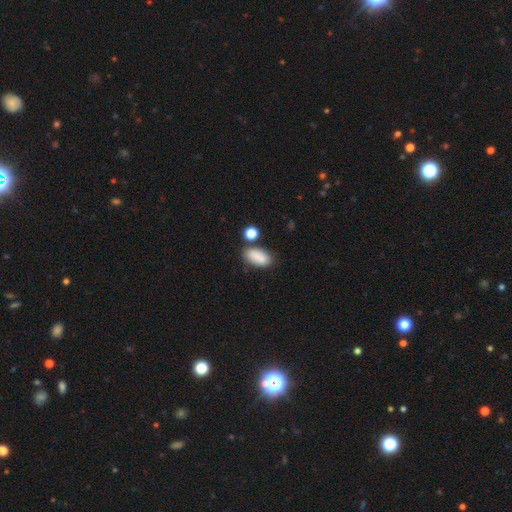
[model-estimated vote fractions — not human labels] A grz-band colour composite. It shows a smooth galaxy with no disk features (85%) that is in between round and cigar-shaped (92%). Merging: none (67%).